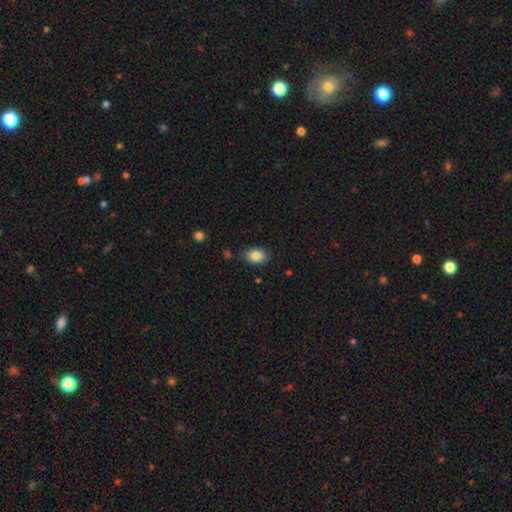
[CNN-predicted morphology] Overall: smooth (86%). How rounded: in between (86%). Merging: none (82%).